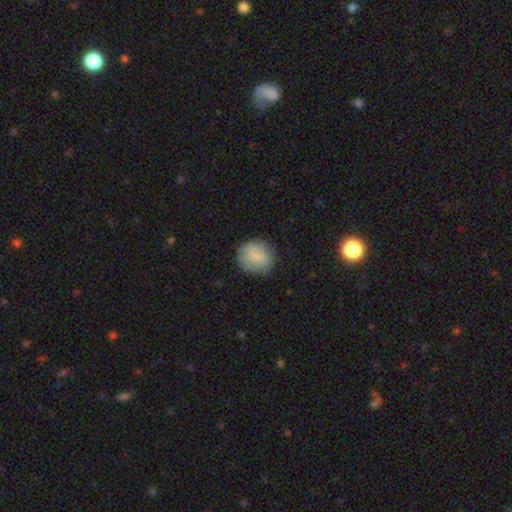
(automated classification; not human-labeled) This is likely a smooth galaxy (80%). How rounded: likely round (76%). Merging: likely none (76%).